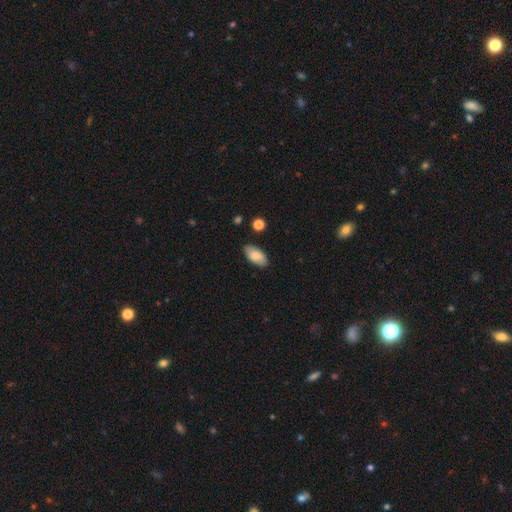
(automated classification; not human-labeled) smooth 82%, featured or disk 11%, star or artifact 7%. Down the decision tree: how rounded — in between (93%); merging — none (84%).